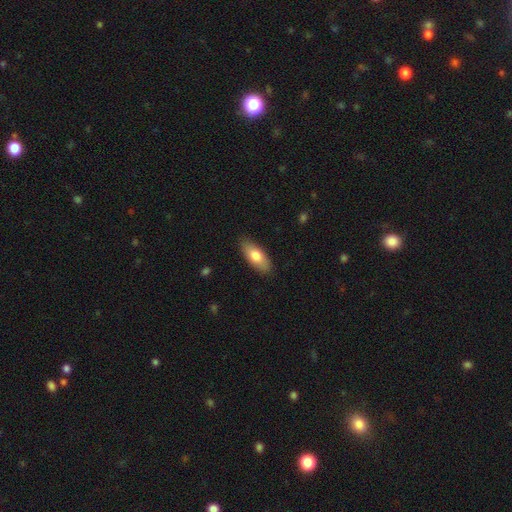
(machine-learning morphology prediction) A smooth galaxy with no disk features (77%) that is in between round and cigar-shaped (82%). Merging: none (86%).